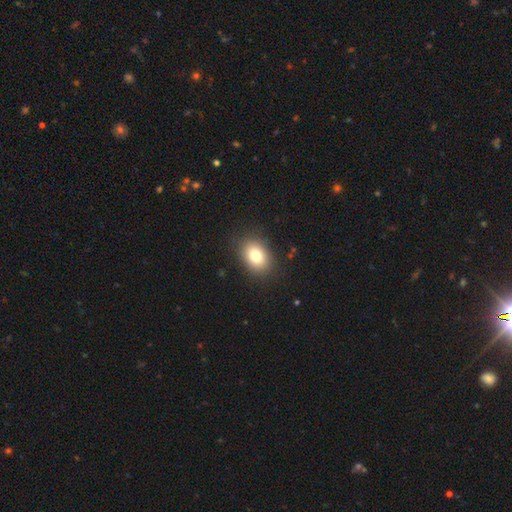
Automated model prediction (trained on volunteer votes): This is clearly a smooth galaxy (80%). How rounded: likely in between (71%). Merging: clearly none (87%).